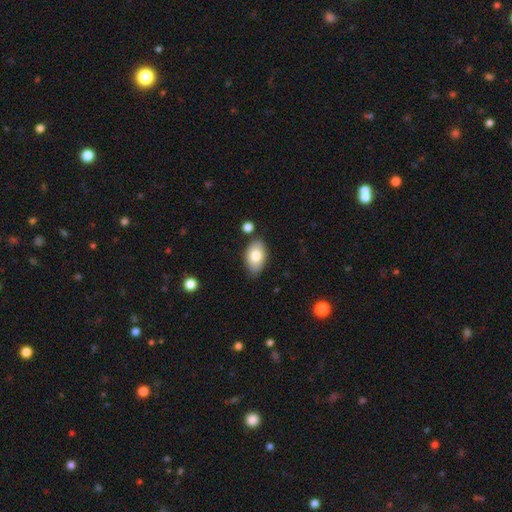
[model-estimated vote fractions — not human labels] Smooth or featured?
  - smooth: 80% *
  - featured or disk: 13%
  - star or artifact: 7%
How rounded?
  - in between: 92% *
  - round: 6%
  - cigar-shaped: 1%
Merging?
  - none: 76% *
  - minor disturbance: 16%
  - merger: 5%
  - major disturbance: 3%